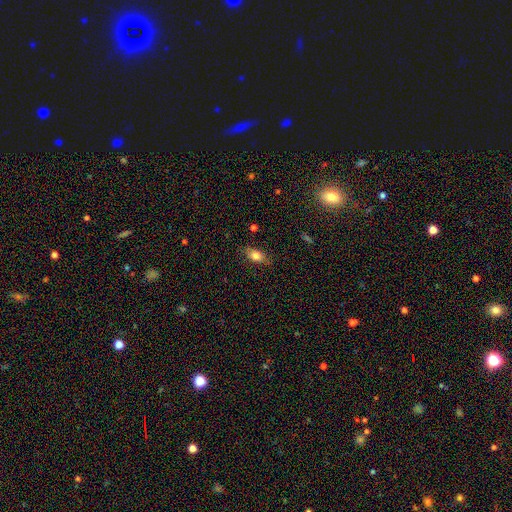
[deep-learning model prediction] This appears to be a smooth galaxy with no disk features (79%) that is in between round and cigar-shaped (84%). Merging: none (79%).